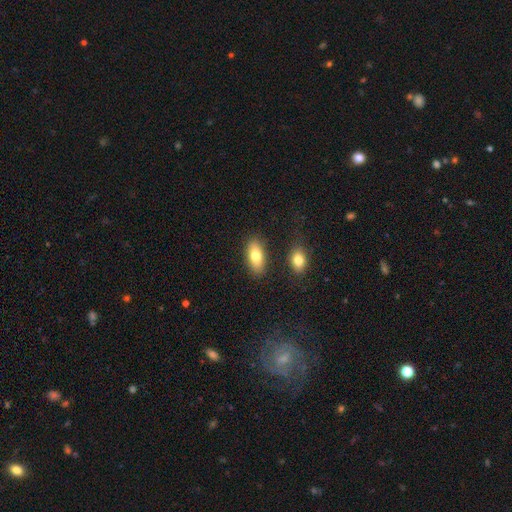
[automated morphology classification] Smooth or featured? Predicted: smooth (p=0.78). How rounded? Predicted: in between (p=0.87). Merging? Predicted: none (p=0.83).